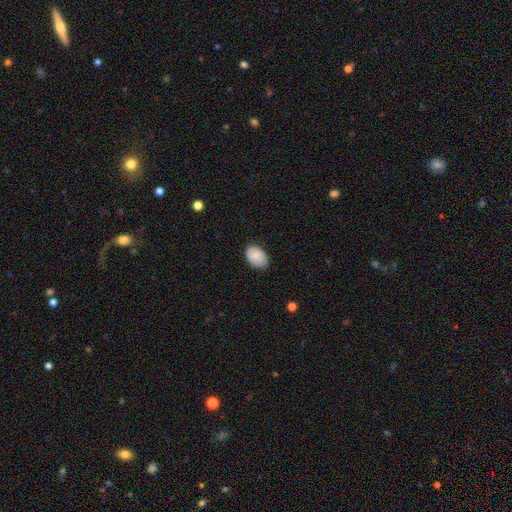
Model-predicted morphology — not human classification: A smooth galaxy with no disk features (79%) that is in between round and cigar-shaped (85%). Merging: none (79%).